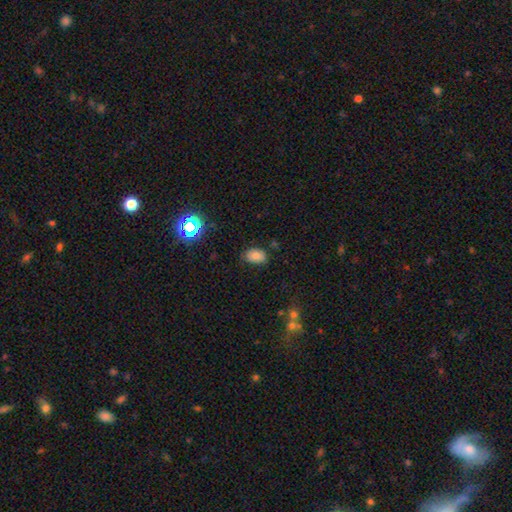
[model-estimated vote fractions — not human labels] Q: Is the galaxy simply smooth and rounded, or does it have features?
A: smooth — 77%.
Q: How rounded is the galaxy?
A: in between — 83%.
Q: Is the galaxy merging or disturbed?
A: none — 73%.